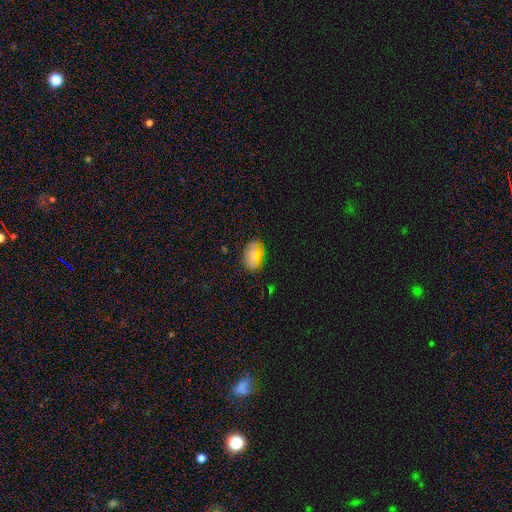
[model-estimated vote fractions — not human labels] Smooth or featured? Predicted: smooth (p=0.56). How rounded? Predicted: in between (p=0.83). Merging? Predicted: none (p=0.80).